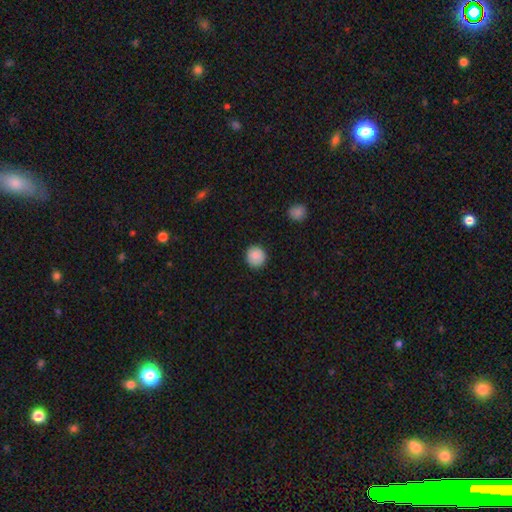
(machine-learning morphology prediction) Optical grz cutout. It shows a smooth galaxy with no disk features (88%) that is round (93%). Merging: none (91%).